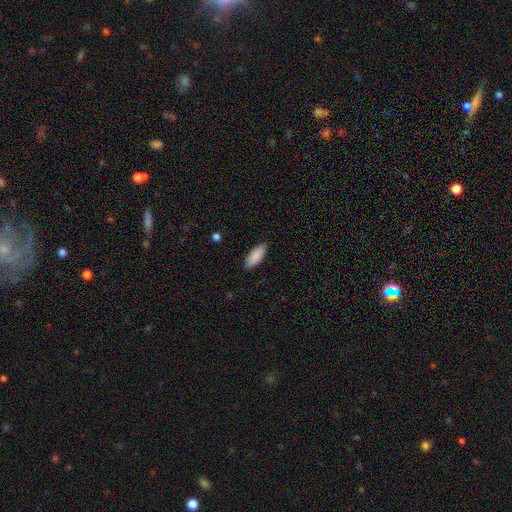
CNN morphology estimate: The model was most divided on "how rounded": in between: 78%, cigar-shaped: 21%, round: 2%. More confident: smooth or featured — smooth (90%); merging — none (88%).